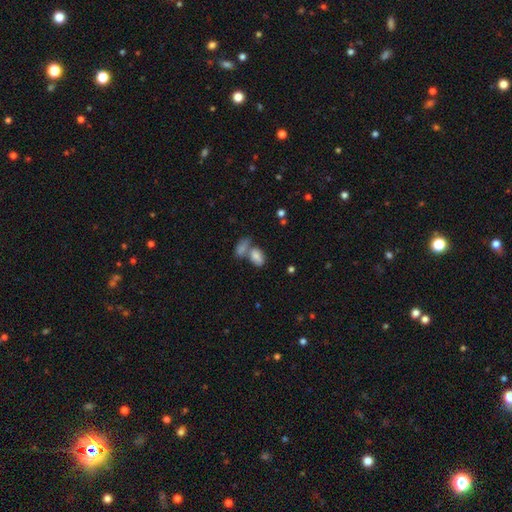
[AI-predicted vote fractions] Smooth or featured? smooth (77%)
How rounded? in between (89%)
Merging? merger (51%)